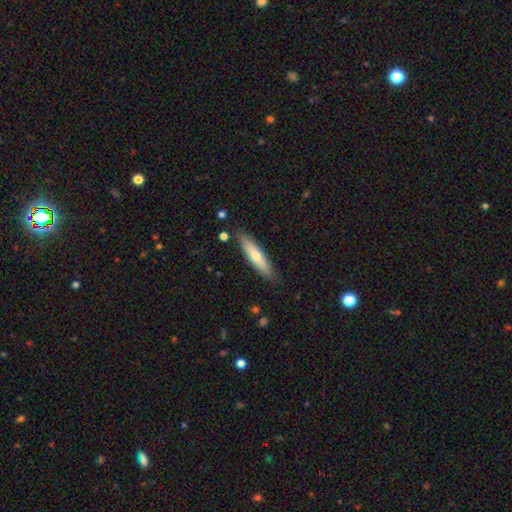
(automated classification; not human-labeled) Smooth or featured?
  - smooth: 63% *
  - featured or disk: 31%
  - star or artifact: 5%
How rounded?
  - cigar-shaped: 79% *
  - in between: 20%
  - round: 1%
Merging?
  - none: 86% *
  - minor disturbance: 11%
  - major disturbance: 2%
  - merger: 2%